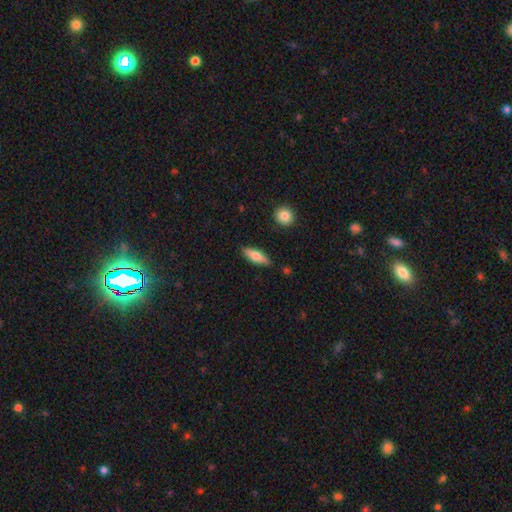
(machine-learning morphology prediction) A smooth galaxy with no disk features (69%) that is in between round and cigar-shaped (55%). Merging: none (85%).